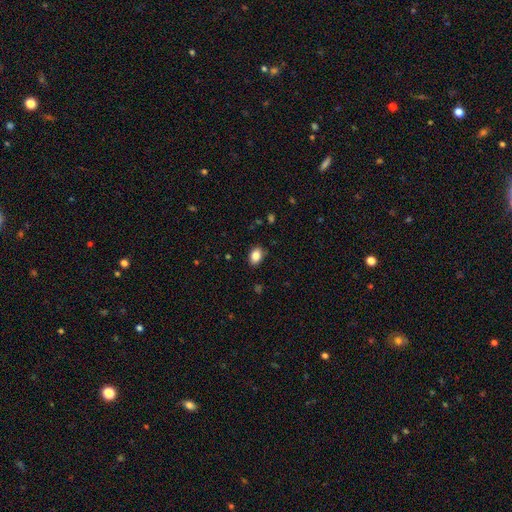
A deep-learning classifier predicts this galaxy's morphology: Smooth or featured?
  - smooth: 86% *
  - star or artifact: 8%
  - featured or disk: 6%
How rounded?
  - in between: 79% *
  - round: 19%
  - cigar-shaped: 1%
Merging?
  - none: 86% *
  - minor disturbance: 11%
  - major disturbance: 2%
  - merger: 1%